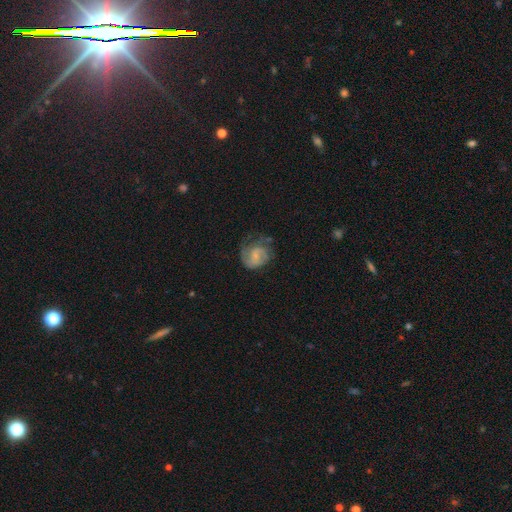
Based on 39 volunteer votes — Smooth or featured? 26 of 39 (67%) said featured or disk. Edge-on disk? 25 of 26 (96%) said no. Bar? 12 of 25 (48%) said no. Spiral arms? 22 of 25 (88%) said yes. Spiral winding? 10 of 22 (45%) said tight. Spiral arm count? 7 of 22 (32%) said 2. Bulge size? 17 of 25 (68%) said small. Merging? 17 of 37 (46%) said none.